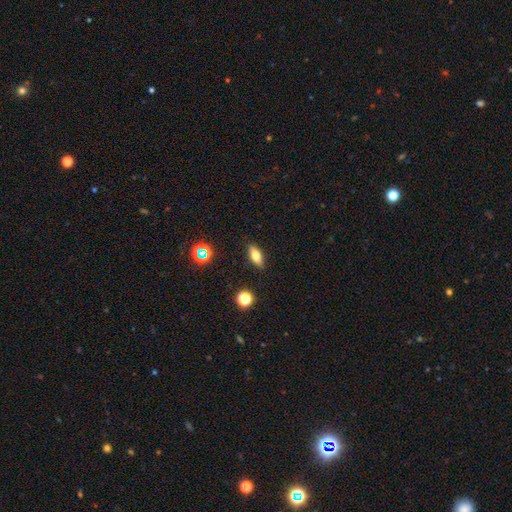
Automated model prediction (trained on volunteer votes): smooth 68%, featured or disk 21%, star or artifact 11%. Down the decision tree: how rounded — in between (73%); merging — none (87%).